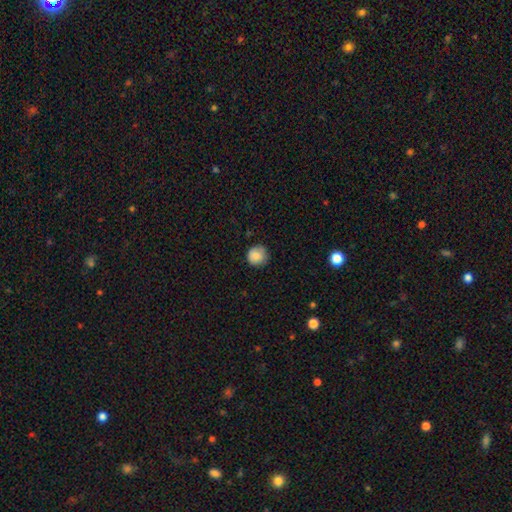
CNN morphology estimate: smooth 85%, star or artifact 9%, featured or disk 6%. Down the decision tree: how rounded — round (94%); merging — none (82%).